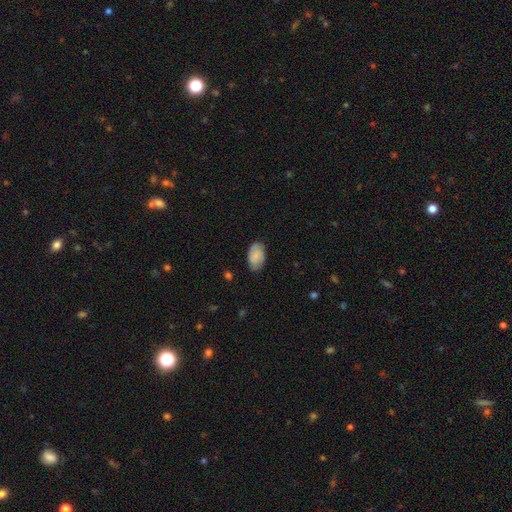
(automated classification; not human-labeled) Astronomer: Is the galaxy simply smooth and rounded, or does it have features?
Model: smooth — 78%.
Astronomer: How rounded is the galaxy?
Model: in between — 93%.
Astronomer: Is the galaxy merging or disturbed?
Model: none — 77%.